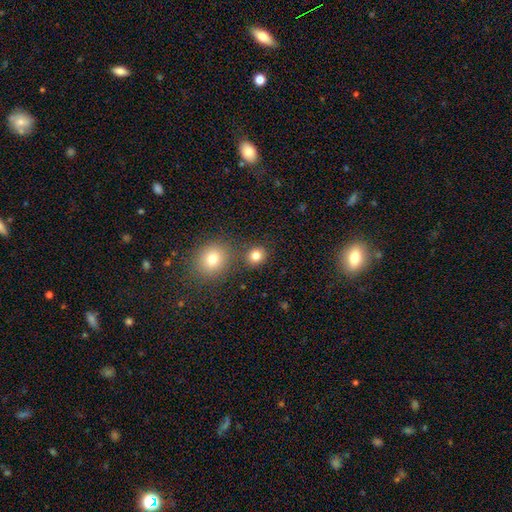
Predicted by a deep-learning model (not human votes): smooth-or-featured: smooth: 81% | star or artifact: 13% | featured or disk: 5%
  how-rounded: round: 78% | in between: 21% | cigar-shaped: 1%
  merging: none: 78% | merger: 12% | minor disturbance: 8% | major disturbance: 3%